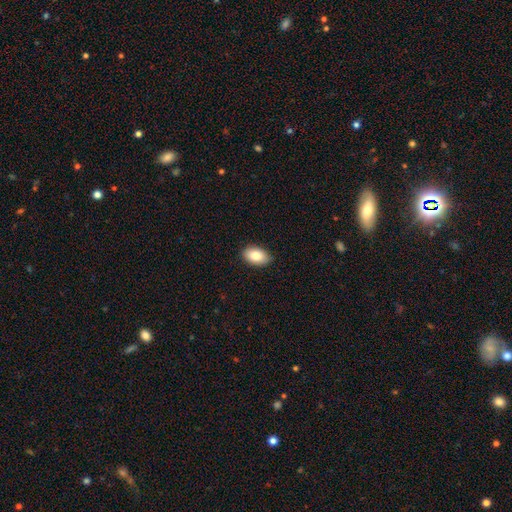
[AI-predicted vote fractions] This appears to be a smooth galaxy with no disk features (84%) that is in between round and cigar-shaped (91%). Merging: none (87%).